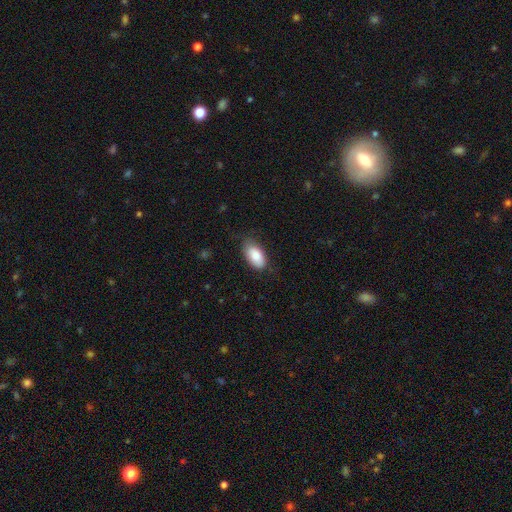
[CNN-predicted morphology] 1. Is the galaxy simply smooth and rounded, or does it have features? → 84% smooth, 9% featured or disk, 7% star or artifact.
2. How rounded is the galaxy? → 94% in between, 3% round, 2% cigar-shaped.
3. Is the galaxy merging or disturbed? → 74% none, 20% minor disturbance, 4% major disturbance, 1% merger.